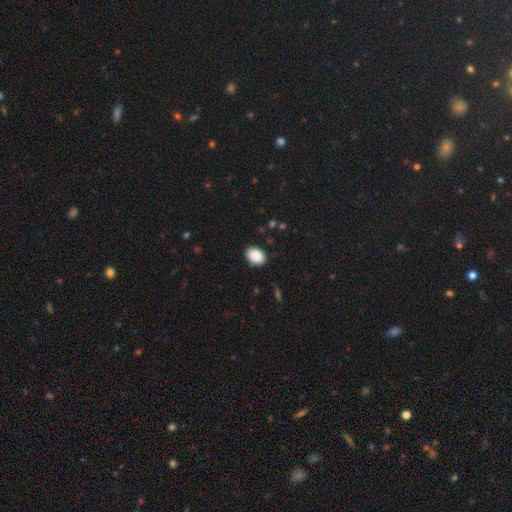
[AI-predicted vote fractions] Smooth or featured?
  - smooth: 89% *
  - star or artifact: 7%
  - featured or disk: 3%
How rounded?
  - in between: 72% *
  - round: 27%
  - cigar-shaped: 1%
Merging?
  - none: 88% *
  - minor disturbance: 9%
  - major disturbance: 2%
  - merger: 1%